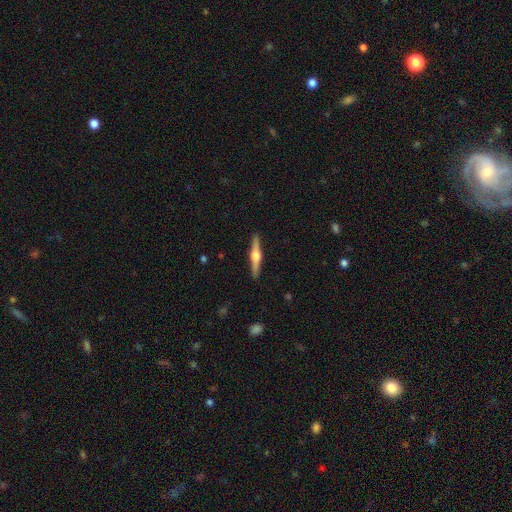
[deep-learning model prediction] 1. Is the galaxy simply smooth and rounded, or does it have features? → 74% featured or disk, 21% smooth, 5% star or artifact.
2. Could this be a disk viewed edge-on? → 98% yes, 2% no.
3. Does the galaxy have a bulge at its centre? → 94% rounded, 4% boxy, 2% none.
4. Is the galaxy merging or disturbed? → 92% none, 6% minor disturbance, 1% major disturbance, 1% merger.